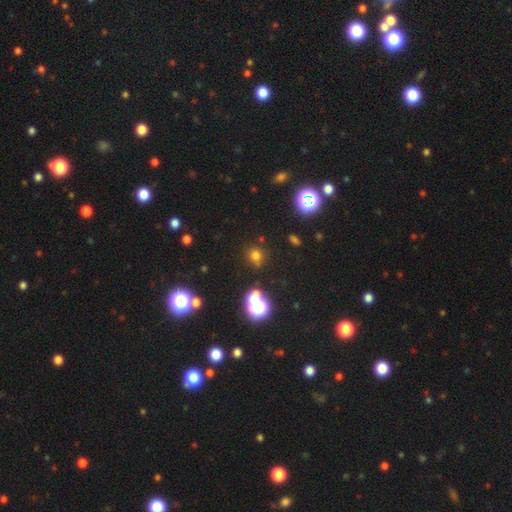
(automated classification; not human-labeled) smooth_or_featured: smooth (p=0.63) [alt: star or artifact p=0.29]
how_rounded: round (p=0.87) [alt: in between p=0.12]
merging: none (p=0.77) [alt: minor disturbance p=0.10]